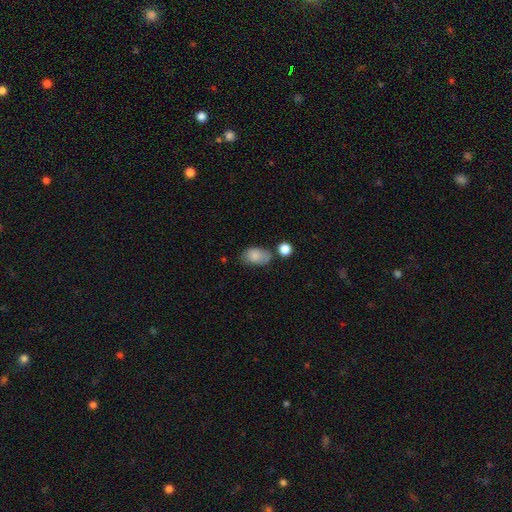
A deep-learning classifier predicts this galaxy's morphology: Smooth or featured? smooth (84%)
How rounded? in between (88%)
Merging? none (54%)